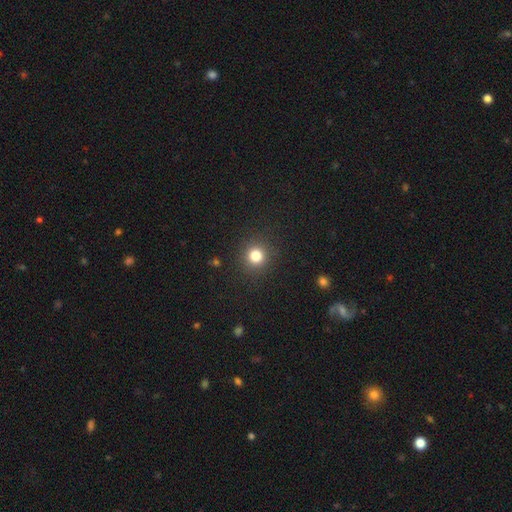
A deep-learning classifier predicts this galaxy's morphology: type=smooth (81%); roundness=round (91%); merging=none (90%).